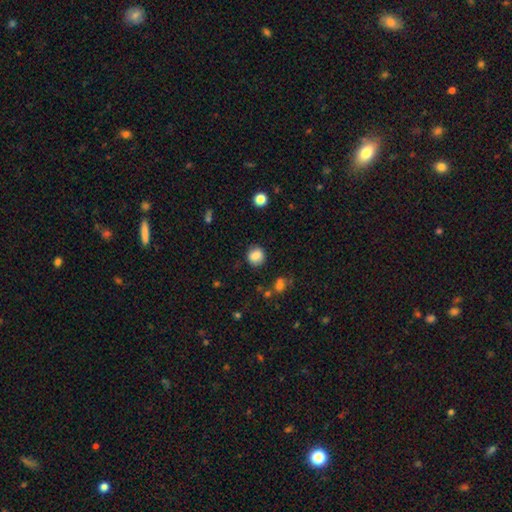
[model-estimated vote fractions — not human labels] Smooth or featured? smooth (85%)
How rounded? round (80%)
Merging? none (84%)